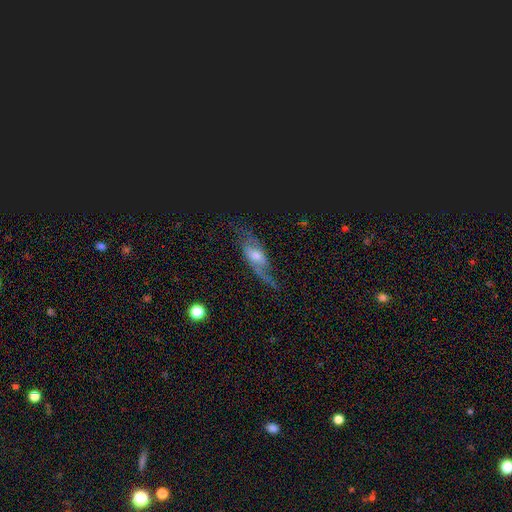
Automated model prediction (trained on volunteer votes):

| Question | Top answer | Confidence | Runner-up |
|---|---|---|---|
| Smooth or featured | featured or disk | 69% | smooth (16%) |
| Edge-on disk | no | 79% | yes (21%) |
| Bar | no | 45% | weak (42%) |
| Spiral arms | yes | 88% | no (12%) |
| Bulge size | moderate | 55% | small (33%) |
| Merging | none | 66% | minor disturbance (20%) |